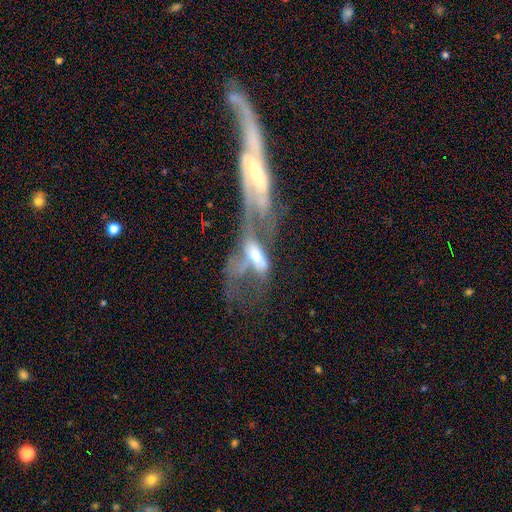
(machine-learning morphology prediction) This is likely a featured or disk galaxy (63%). It is clearly not viewed edge-on (81%). Bar: likely no (65%). Spiral arm pattern: possibly no (56%). Central bulge: possibly moderate (54%). Merging: likely merger (61%).